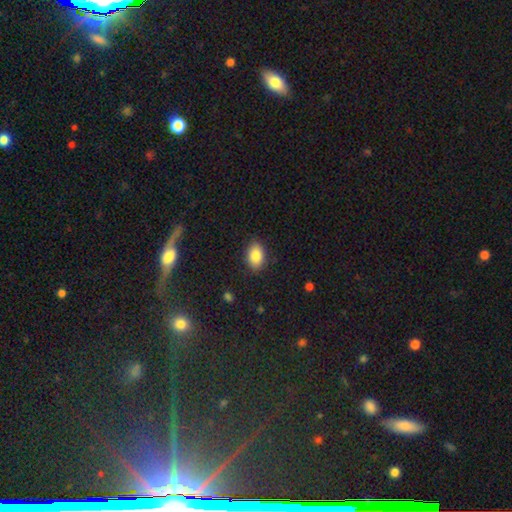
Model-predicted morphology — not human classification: type=smooth (86%); roundness=in between (85%); merging=none (87%).